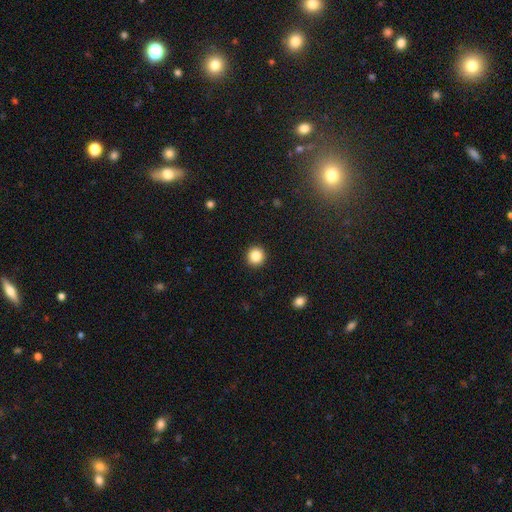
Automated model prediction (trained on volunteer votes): Smooth or featured? Predicted: smooth (p=0.86). How rounded? Predicted: round (p=0.94). Merging? Predicted: none (p=0.93).